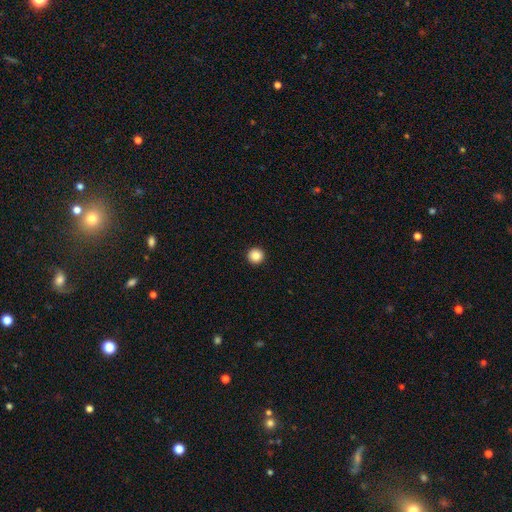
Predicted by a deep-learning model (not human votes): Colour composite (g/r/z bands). It shows a smooth galaxy with no disk features (87%) that is round (96%). Merging: none (94%).